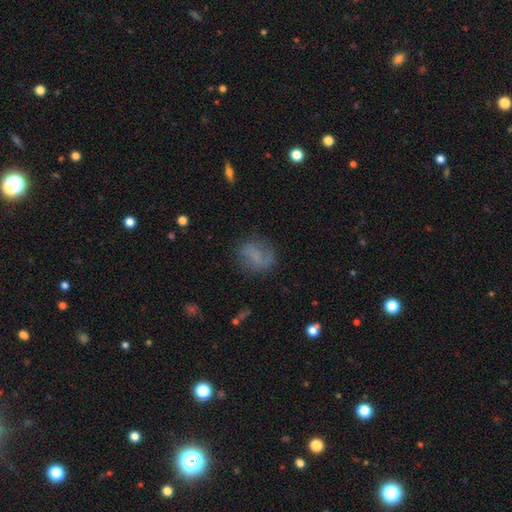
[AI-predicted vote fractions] smooth 59%, featured or disk 28%, star or artifact 13%. Down the decision tree: how rounded — round (52%); merging — none (69%).